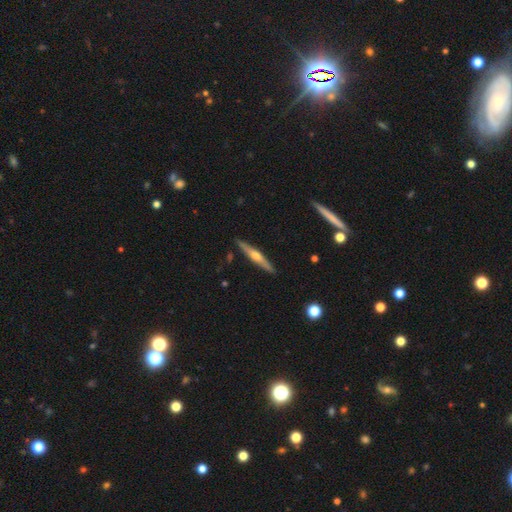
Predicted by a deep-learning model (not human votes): Smooth or featured: featured or disk — 67% (smooth — 28%)
Edge-on disk: yes — 96% (no — 4%)
Edge-on bulge: rounded — 89% (none — 7%)
Merging: none — 90% (minor disturbance — 7%)